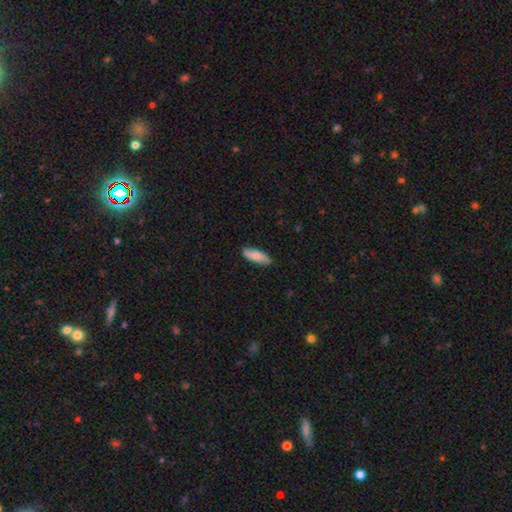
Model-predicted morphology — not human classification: smooth-or-featured: smooth: 82% | featured or disk: 13% | star or artifact: 5%
  how-rounded: in between: 58% | cigar-shaped: 40% | round: 2%
  merging: none: 86% | minor disturbance: 11% | major disturbance: 2% | merger: 1%